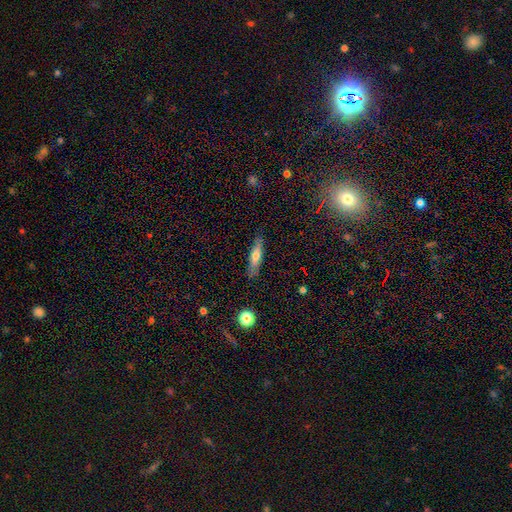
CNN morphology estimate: smooth-or-featured: smooth: 59% | featured or disk: 34% | star or artifact: 7%
  how-rounded: cigar-shaped: 76% | in between: 22% | round: 2%
  merging: none: 85% | minor disturbance: 11% | major disturbance: 2% | merger: 1%